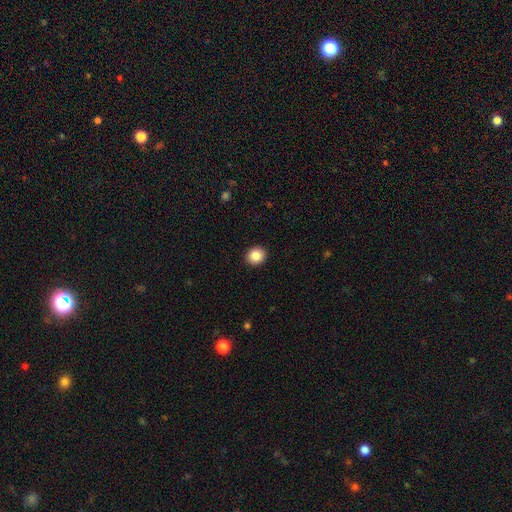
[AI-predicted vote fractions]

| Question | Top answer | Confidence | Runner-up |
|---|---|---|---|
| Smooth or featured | smooth | 87% | star or artifact (9%) |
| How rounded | round | 85% | in between (14%) |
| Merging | none | 92% | minor disturbance (5%) |